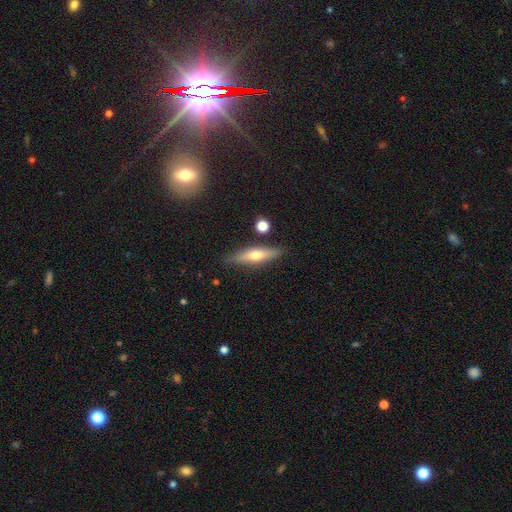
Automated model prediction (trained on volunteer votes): Smooth or featured? featured or disk (50%)
Edge-on disk? yes (91%)
Merging? none (85%)